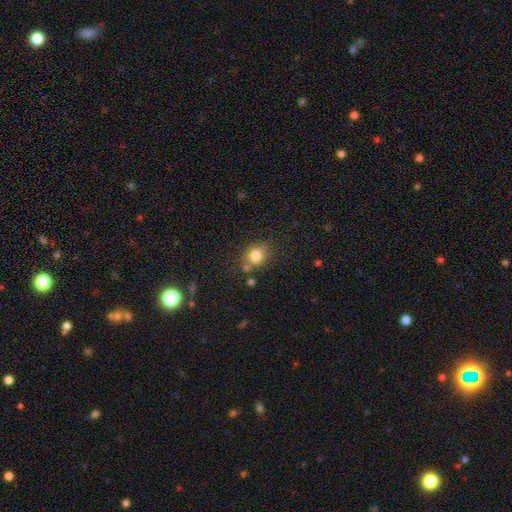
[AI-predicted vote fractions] Smooth or featured?
  - smooth: 80% *
  - star or artifact: 12%
  - featured or disk: 8%
How rounded?
  - round: 75% *
  - in between: 24%
  - cigar-shaped: 1%
Merging?
  - none: 70% *
  - minor disturbance: 15%
  - merger: 11%
  - major disturbance: 4%